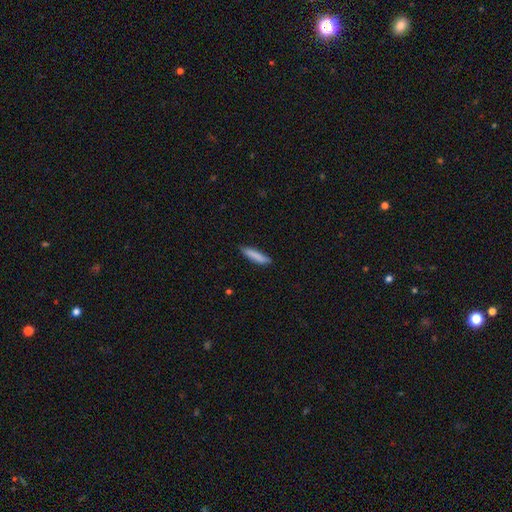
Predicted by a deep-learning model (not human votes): This is clearly a smooth galaxy (85%). How rounded: clearly cigar-shaped (82%). Merging: clearly none (84%).